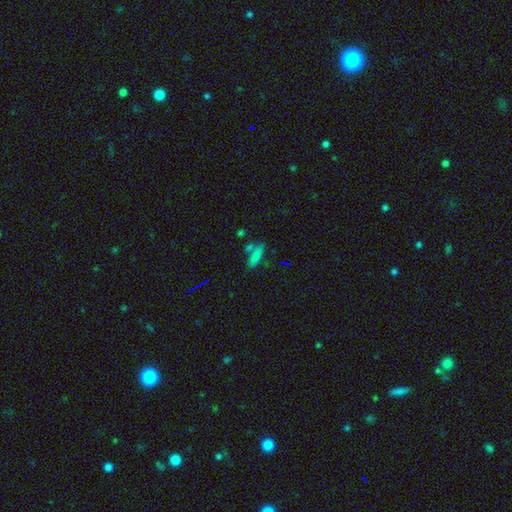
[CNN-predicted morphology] The model was most divided on "how rounded": cigar-shaped: 60%, in between: 36%, round: 4%. More confident: smooth or featured — smooth (74%); merging — none (62%).